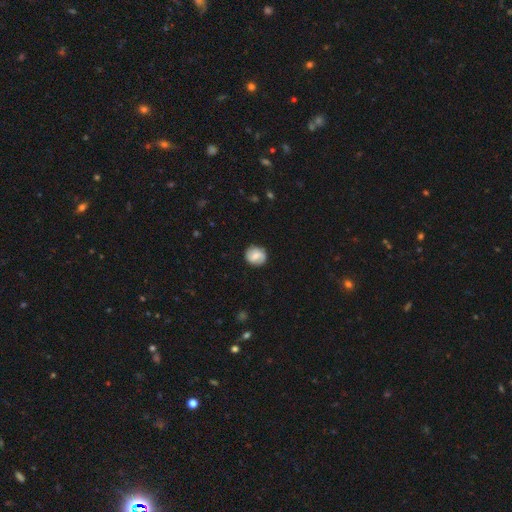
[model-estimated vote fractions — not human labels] This appears to be a smooth galaxy with no disk features (62%) that is round (79%). Merging: none (84%).